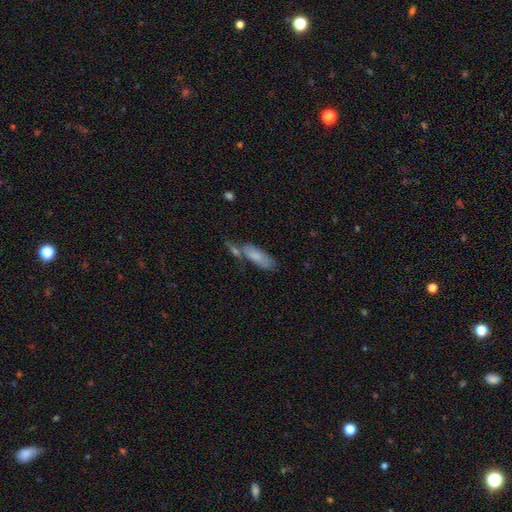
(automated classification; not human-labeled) Morphology: type=smooth (71%); roundness=in between (63%); merging=none (42%).